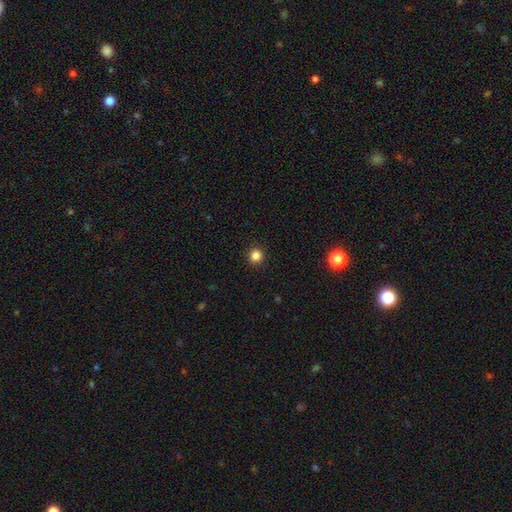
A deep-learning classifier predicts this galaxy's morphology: A smooth galaxy with no disk features (84%) that is round (95%).

Vote fractions:
- Smooth or featured? smooth: 84% / star or artifact: 13% / featured or disk: 4%
- How rounded? round: 95% / in between: 4% / cigar-shaped: 1%
- Merging? none: 93% / minor disturbance: 4% / major disturbance: 2% / merger: 1%